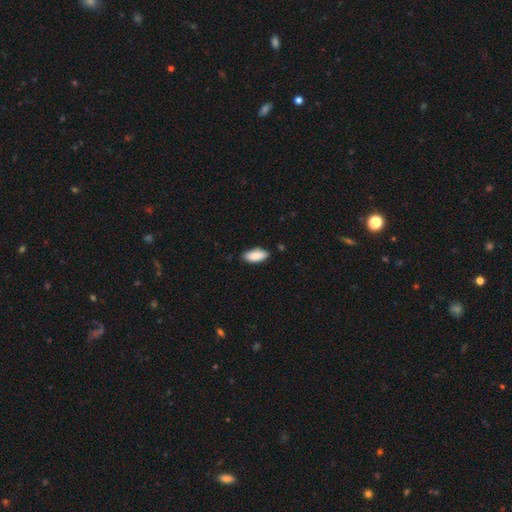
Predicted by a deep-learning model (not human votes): The model was most divided on "merging": none: 85%, minor disturbance: 12%, major disturbance: 2%, merger: 1%. More confident: how rounded — in between (90%); smooth or featured — smooth (89%).